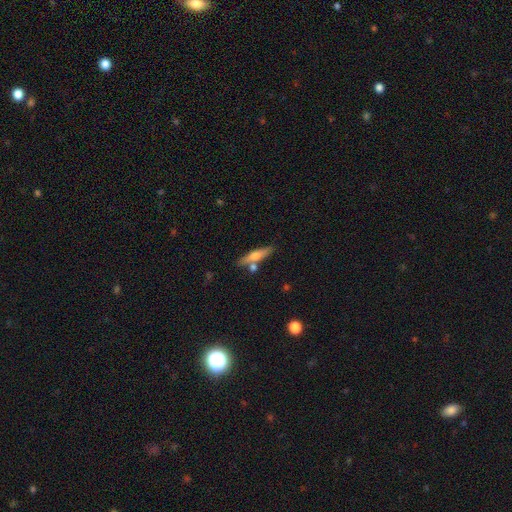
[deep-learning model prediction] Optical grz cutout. It shows a smooth galaxy with no disk features (52%) that is cigar-shaped (80%). Merging: none (72%).